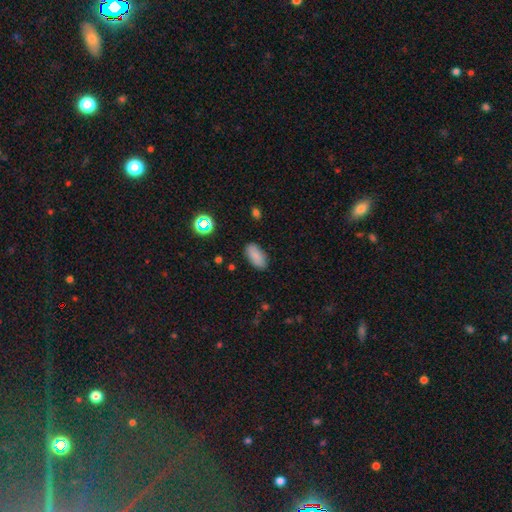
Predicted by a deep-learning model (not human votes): Morphology: type=smooth (83%); roundness=in between (92%); merging=none (85%).